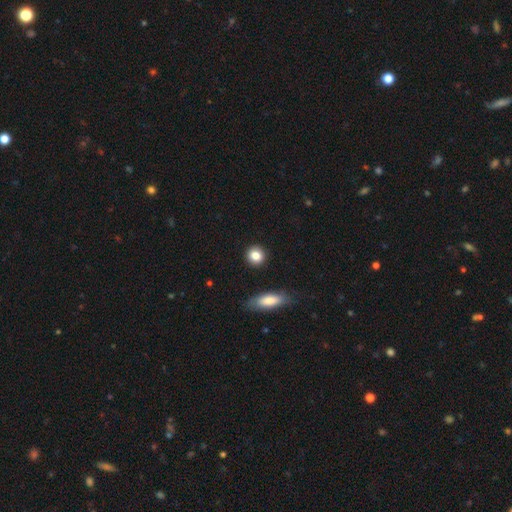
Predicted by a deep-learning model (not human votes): Overall: smooth (84%). How rounded: round (86%). Merging: none (90%).